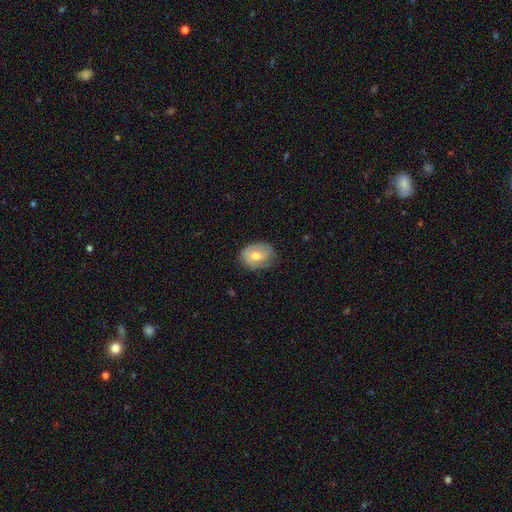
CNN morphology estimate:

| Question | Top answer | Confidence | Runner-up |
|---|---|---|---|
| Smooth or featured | smooth | 56% | featured or disk (36%) |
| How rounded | in between | 55% | round (44%) |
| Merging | none | 68% | minor disturbance (25%) |